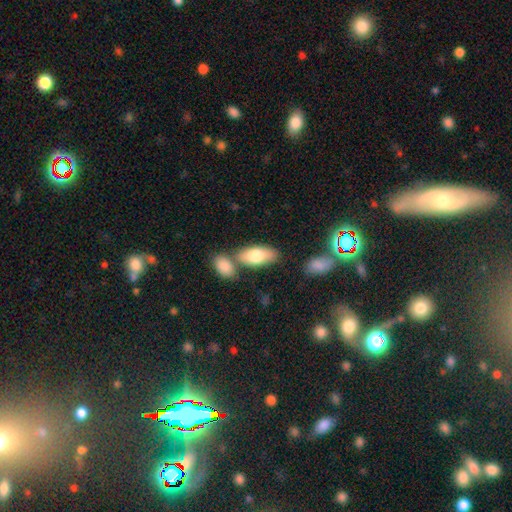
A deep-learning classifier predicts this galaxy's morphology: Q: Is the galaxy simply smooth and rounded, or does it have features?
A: smooth — 77%.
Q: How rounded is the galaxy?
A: in between — 89%.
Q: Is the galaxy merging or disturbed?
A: none — 62%.